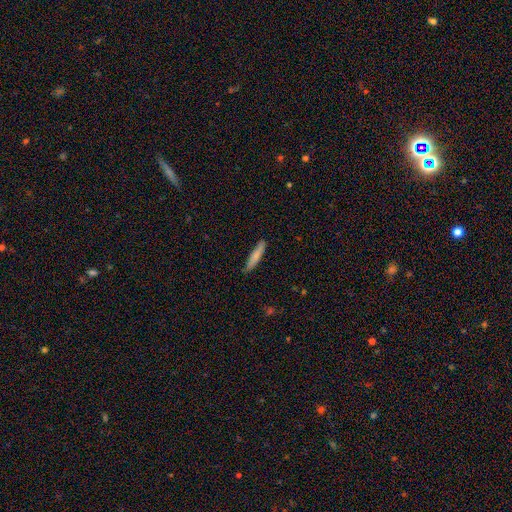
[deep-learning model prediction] Smooth or featured? Predicted: smooth (p=0.78). How rounded? Predicted: cigar-shaped (p=0.90). Merging? Predicted: none (p=0.82).